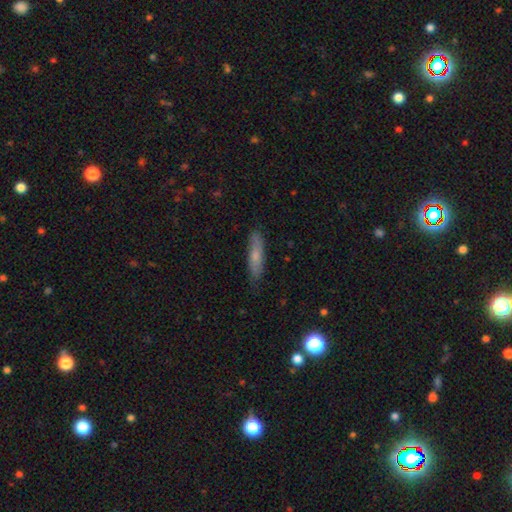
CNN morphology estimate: Overall: smooth (65%; featured or disk 28%). How rounded: cigar-shaped (78%). Merging: none (82%).